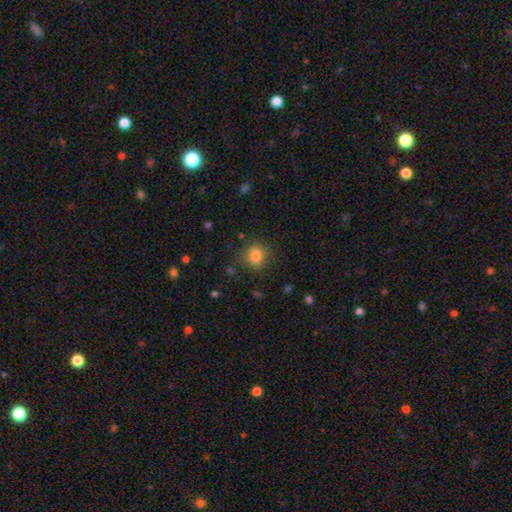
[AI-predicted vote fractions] Smooth or featured: smooth — 83% (star or artifact — 11%)
How rounded: round — 76% (in between — 23%)
Merging: none — 83% (minor disturbance — 11%)